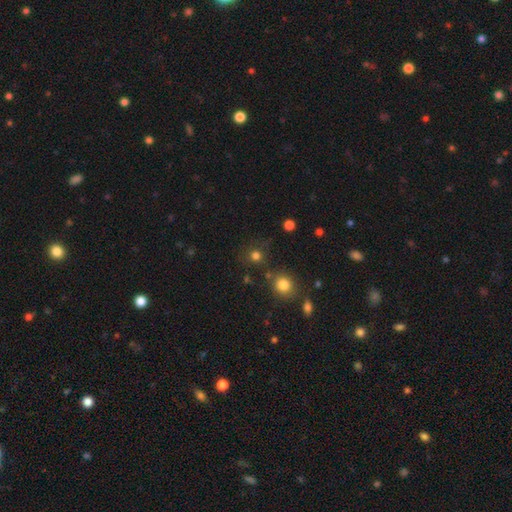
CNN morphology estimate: A smooth galaxy with no disk features (75%) that is round (89%).

Vote fractions:
- Smooth or featured? smooth: 75% / star or artifact: 19% / featured or disk: 6%
- How rounded? round: 89% / in between: 10% / cigar-shaped: 1%
- Merging? none: 77% / minor disturbance: 10% / merger: 9% / major disturbance: 5%